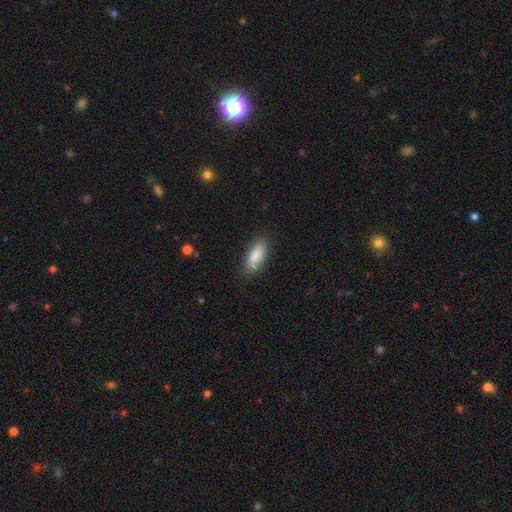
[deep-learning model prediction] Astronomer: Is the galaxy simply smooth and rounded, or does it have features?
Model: smooth — 87%.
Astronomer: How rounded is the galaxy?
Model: in between — 80%.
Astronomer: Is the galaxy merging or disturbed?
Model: none — 86%.